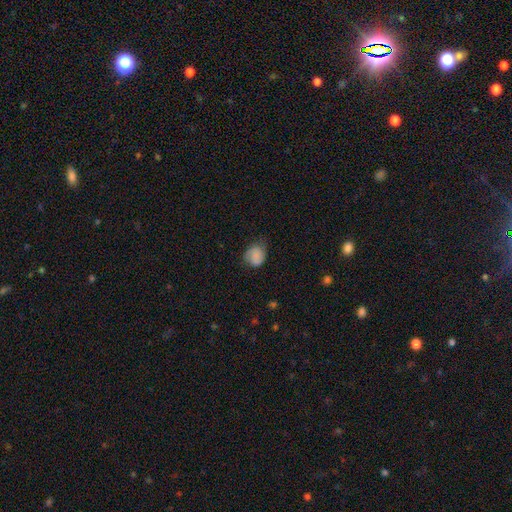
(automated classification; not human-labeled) The model was most divided on "how rounded": round: 54%, in between: 45%, cigar-shaped: 1%. More confident: smooth or featured — smooth (75%); merging — none (51%).